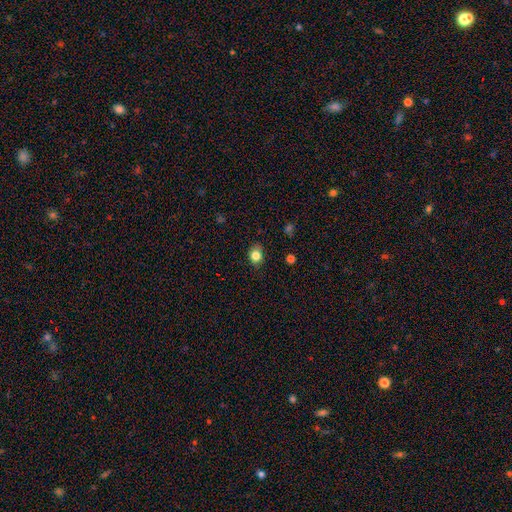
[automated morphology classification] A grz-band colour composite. It shows a smooth galaxy with no disk features (82%) that is round (58%). Merging: none (77%).